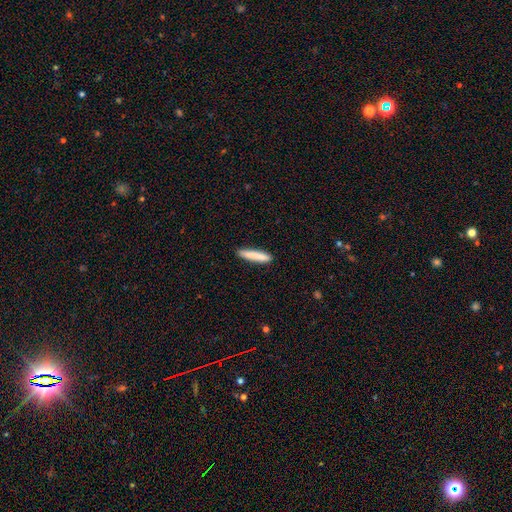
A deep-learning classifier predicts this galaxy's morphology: A smooth galaxy with no disk features (84%) that is cigar-shaped (91%).

Vote fractions:
- Smooth or featured? smooth: 84% / featured or disk: 10% / star or artifact: 6%
- How rounded? cigar-shaped: 91% / in between: 8% / round: 1%
- Merging? none: 89% / minor disturbance: 8% / major disturbance: 2% / merger: 1%